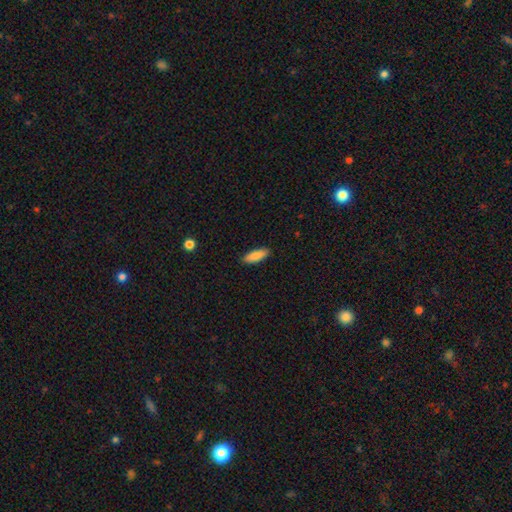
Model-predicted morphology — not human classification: A smooth galaxy with no disk features (86%) that is in between round and cigar-shaped (60%). Merging: none (89%).